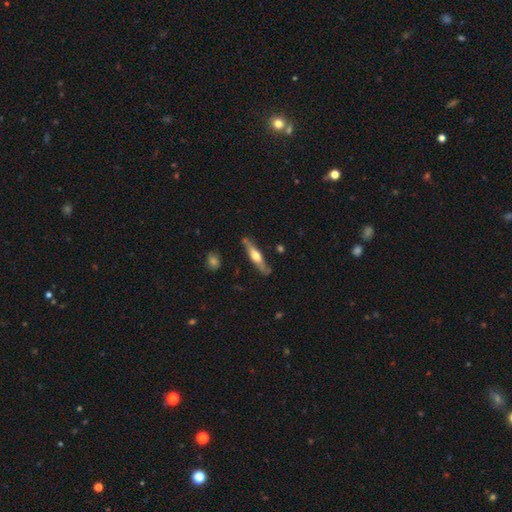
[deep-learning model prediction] smooth_or_featured: featured or disk (p=0.55) [alt: smooth p=0.40]
disk_edge_on: yes (p=0.90) [alt: no p=0.10]
merging: none (p=0.78) [alt: minor disturbance p=0.15]